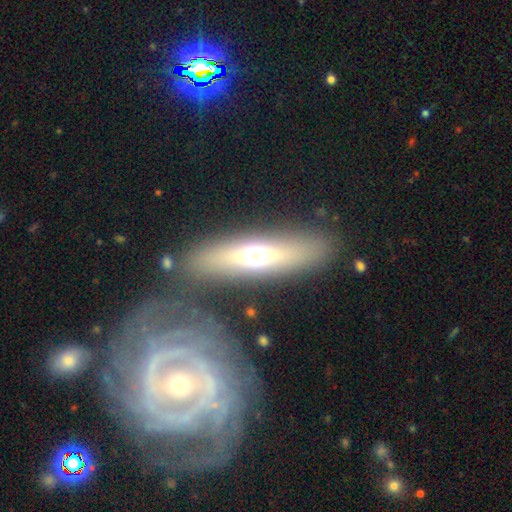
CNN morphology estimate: Smooth or featured? Predicted: smooth (p=0.51). How rounded? Predicted: cigar-shaped (p=0.62). Merging? Predicted: none (p=0.78).